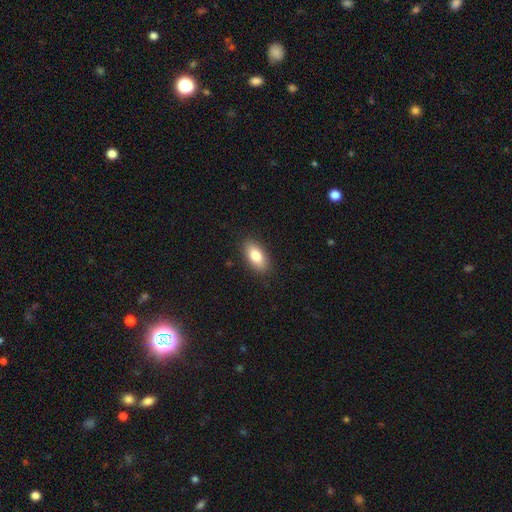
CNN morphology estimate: smooth 81%, featured or disk 12%, star or artifact 7%. Down the decision tree: how rounded — in between (89%); merging — none (88%).